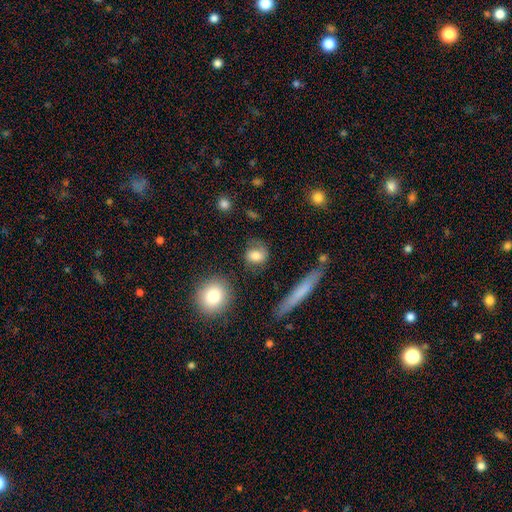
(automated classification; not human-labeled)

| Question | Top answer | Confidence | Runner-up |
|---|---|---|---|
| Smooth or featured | smooth | 71% | featured or disk (20%) |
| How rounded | round | 58% | in between (39%) |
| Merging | none | 66% | minor disturbance (21%) |